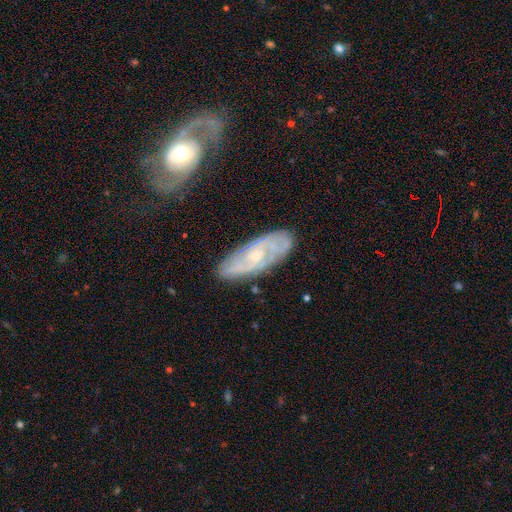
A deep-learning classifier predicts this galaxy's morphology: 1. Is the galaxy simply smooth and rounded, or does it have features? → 76% featured or disk, 17% smooth, 6% star or artifact.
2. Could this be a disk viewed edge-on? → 88% no, 12% yes.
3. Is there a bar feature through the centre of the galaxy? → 66% no, 28% weak, 6% strong.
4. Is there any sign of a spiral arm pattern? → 86% yes, 14% no.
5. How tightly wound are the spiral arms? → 62% tight, 30% medium, 8% loose.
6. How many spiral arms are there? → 44% can't tell, 32% 2, 12% 3, 5% 4, 4% 1, 3% more than 4.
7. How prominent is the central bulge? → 60% small, 35% moderate, 3% none, 2% large, 1% dominant.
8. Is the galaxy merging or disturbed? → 77% none, 16% minor disturbance, 4% major disturbance, 3% merger.